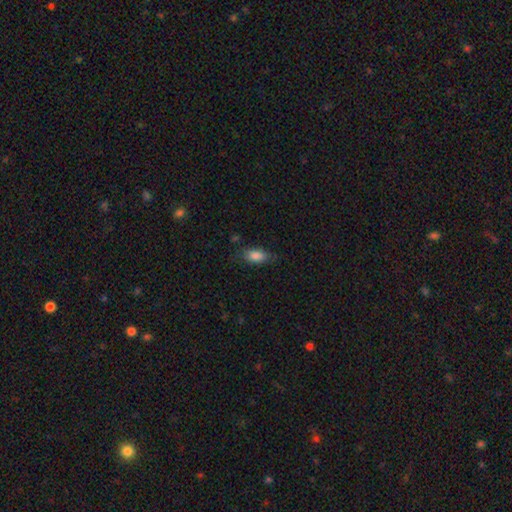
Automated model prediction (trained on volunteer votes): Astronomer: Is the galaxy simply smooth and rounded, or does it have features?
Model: smooth — 83%.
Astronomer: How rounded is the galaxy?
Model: in between — 87%.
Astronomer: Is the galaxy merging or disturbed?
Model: none — 75%.